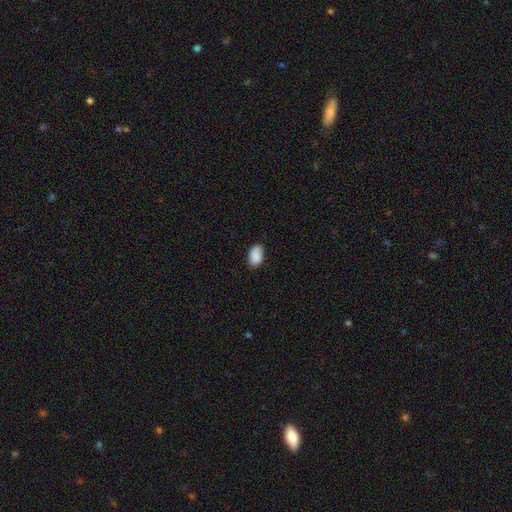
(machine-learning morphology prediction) The model was most divided on "merging": none: 79%, minor disturbance: 17%, major disturbance: 3%, merger: 1%. More confident: how rounded — in between (91%); smooth or featured — smooth (89%).